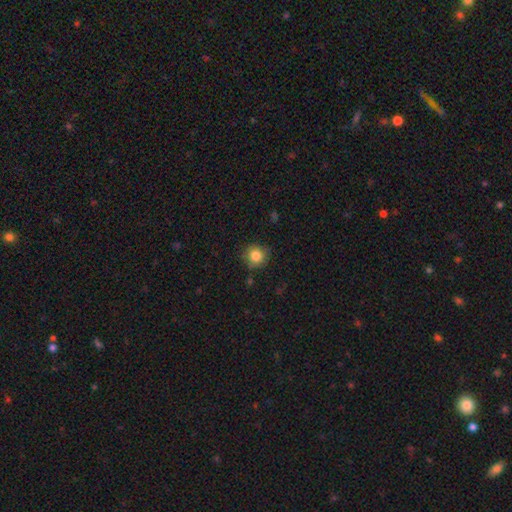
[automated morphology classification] Smooth or featured? smooth (84%)
How rounded? round (92%)
Merging? none (84%)